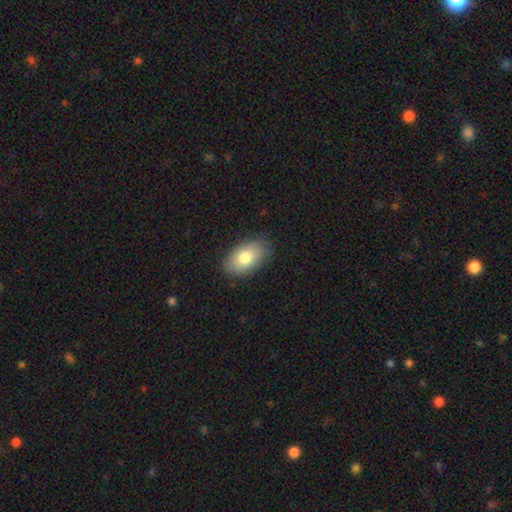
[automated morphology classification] The model was most divided on "smooth or featured": smooth: 76%, featured or disk: 12%, star or artifact: 11%. More confident: how rounded — in between (91%); merging — none (90%).